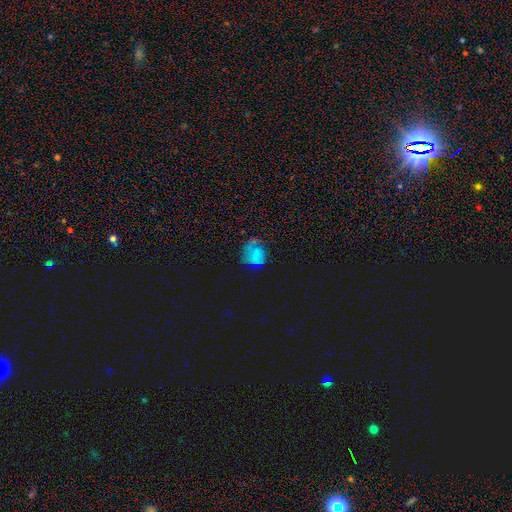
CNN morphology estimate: The model was most divided on "merging": none: 52%, minor disturbance: 25%, major disturbance: 18%, merger: 5%. More confident: how rounded — round (68%); smooth or featured — smooth (53%).